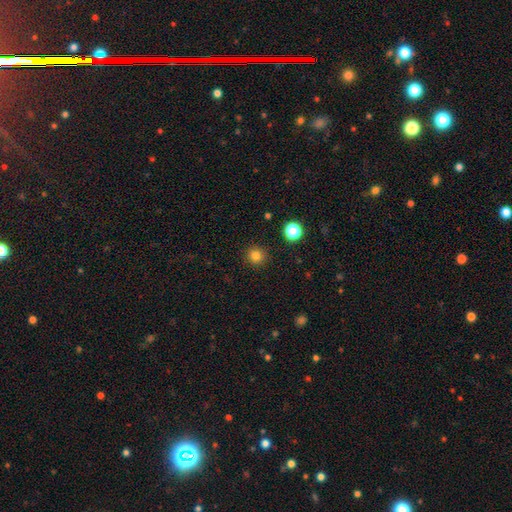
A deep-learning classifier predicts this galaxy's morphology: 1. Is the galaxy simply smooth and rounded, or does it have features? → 81% smooth, 14% star or artifact, 5% featured or disk.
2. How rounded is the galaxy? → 93% round, 6% in between, 1% cigar-shaped.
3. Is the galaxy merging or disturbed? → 91% none, 5% minor disturbance, 2% major disturbance, 1% merger.